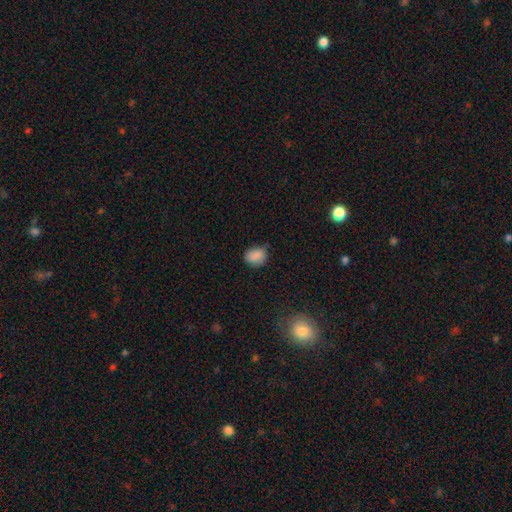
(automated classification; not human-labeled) This is clearly a smooth galaxy (86%). How rounded: possibly in between (53%). Merging: likely none (66%).